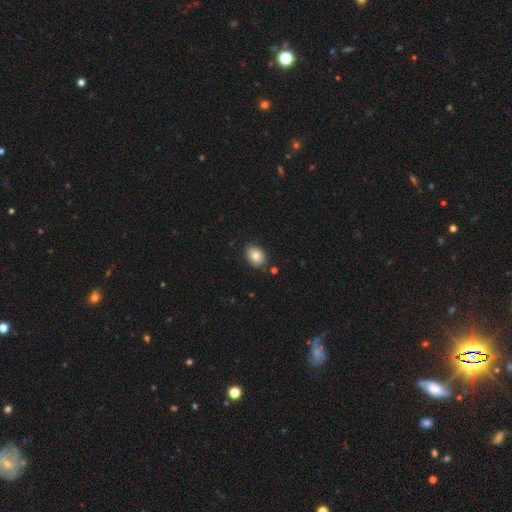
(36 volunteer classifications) Overall: smooth (86%). How rounded: in between (90%). Merging: none (83%).